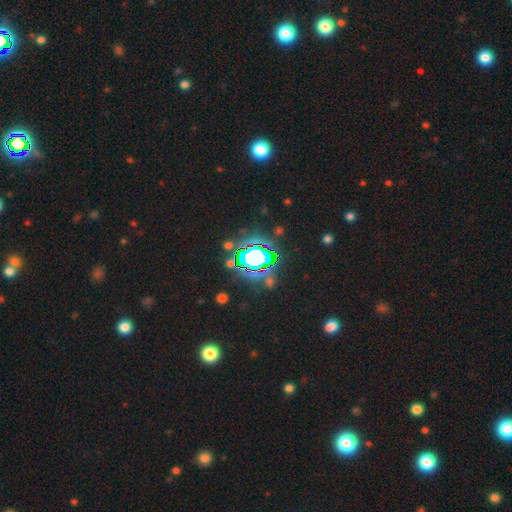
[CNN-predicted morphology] smooth-or-featured: star or artifact: 80% | smooth: 12% | featured or disk: 9%